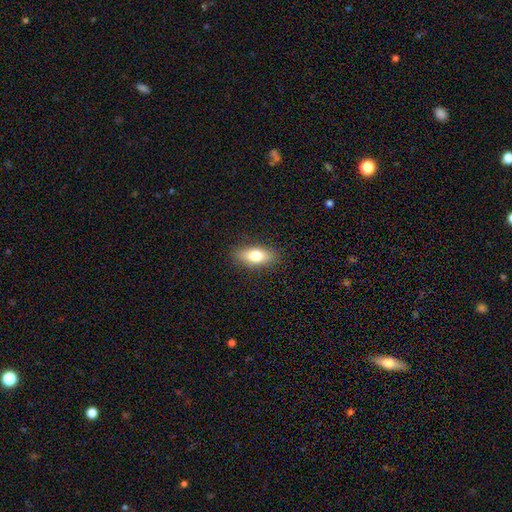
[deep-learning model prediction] Smooth or featured?
  - smooth: 74% *
  - featured or disk: 19%
  - star or artifact: 8%
How rounded?
  - in between: 77% *
  - cigar-shaped: 18%
  - round: 5%
Merging?
  - none: 87% *
  - minor disturbance: 10%
  - major disturbance: 2%
  - merger: 1%